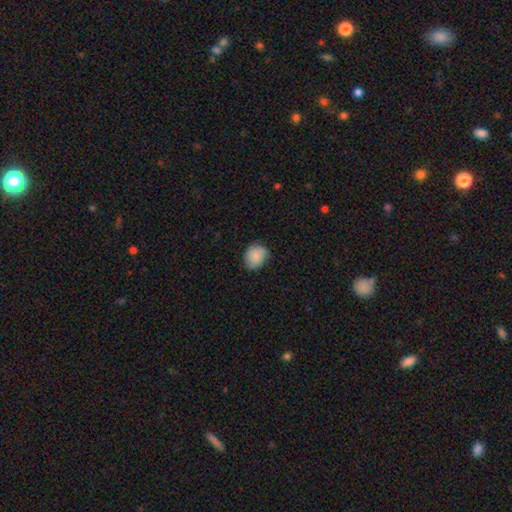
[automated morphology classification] Smooth or featured? smooth (86%)
How rounded? round (60%)
Merging? none (75%)